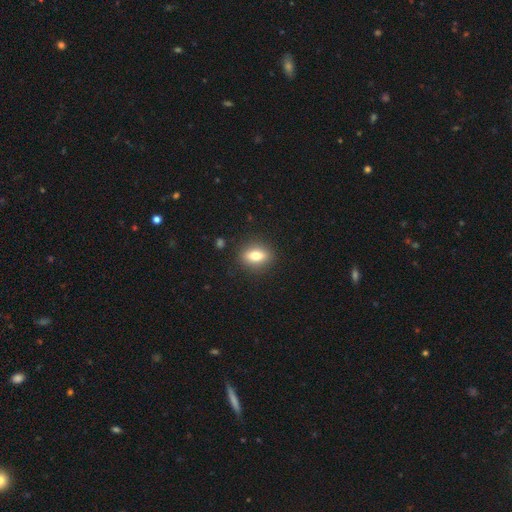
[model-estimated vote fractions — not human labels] smooth 73%, featured or disk 18%, star or artifact 9%. Down the decision tree: how rounded — in between (67%); merging — none (88%).